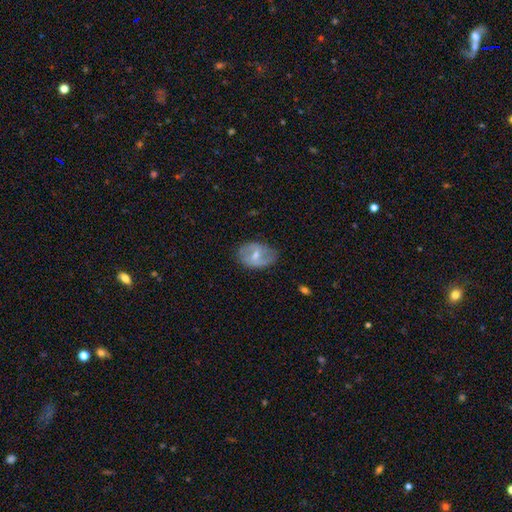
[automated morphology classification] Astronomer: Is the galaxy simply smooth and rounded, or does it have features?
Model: featured or disk — 56% (runner-up: smooth, 37%).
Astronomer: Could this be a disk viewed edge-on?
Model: no — 95%.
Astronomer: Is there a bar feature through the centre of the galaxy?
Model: weak — 52%.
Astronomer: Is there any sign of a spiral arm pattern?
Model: yes — 66%.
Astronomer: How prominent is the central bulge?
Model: moderate — 53% (runner-up: small, 40%).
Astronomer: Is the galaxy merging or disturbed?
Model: none — 67%.